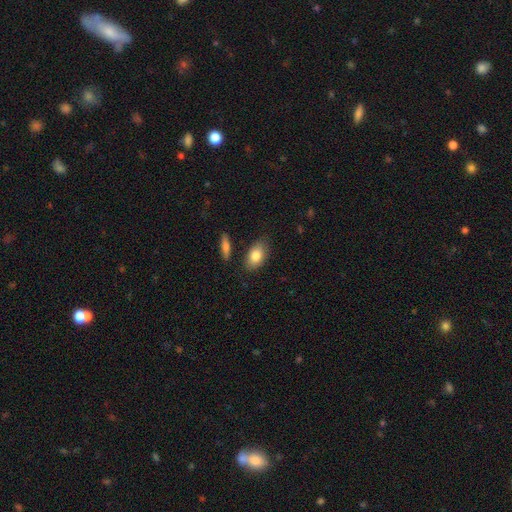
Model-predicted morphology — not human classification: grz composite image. It shows a smooth galaxy with no disk features (82%) that is in between round and cigar-shaped (89%). Merging: none (80%).